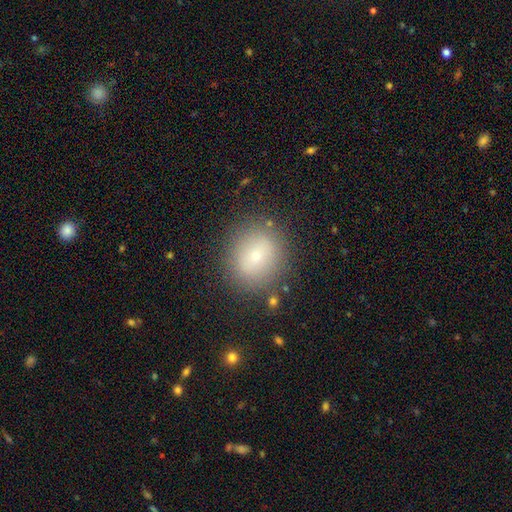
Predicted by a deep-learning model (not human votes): smooth_or_featured: smooth (p=0.69) [alt: featured or disk p=0.18]
how_rounded: round (p=0.80) [alt: in between p=0.19]
merging: none (p=0.84) [alt: minor disturbance p=0.10]